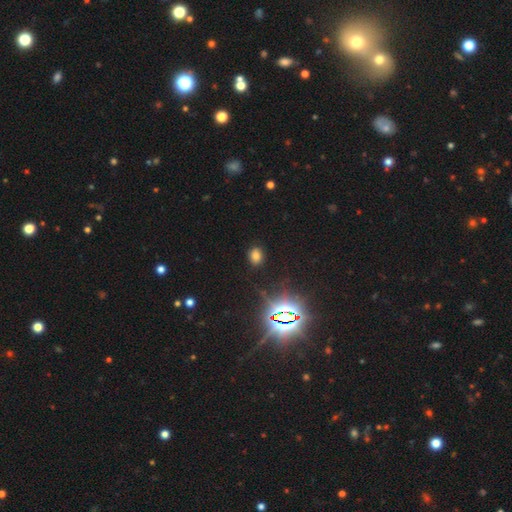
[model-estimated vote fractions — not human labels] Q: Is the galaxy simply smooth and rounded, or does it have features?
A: smooth — 68%.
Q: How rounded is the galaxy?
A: in between — 56%.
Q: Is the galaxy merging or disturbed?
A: none — 85%.